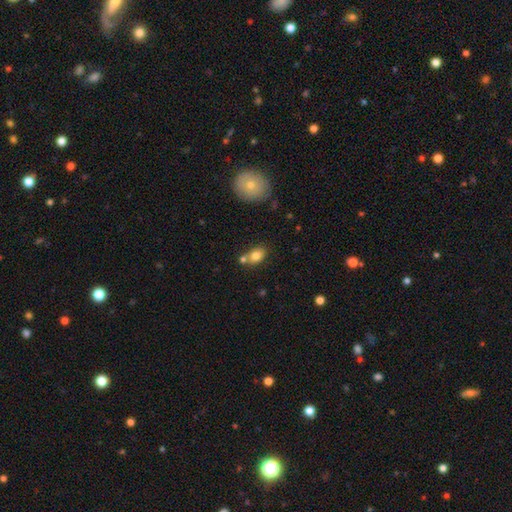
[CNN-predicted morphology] Smooth or featured? smooth (80%)
How rounded? in between (79%)
Merging? none (55%)